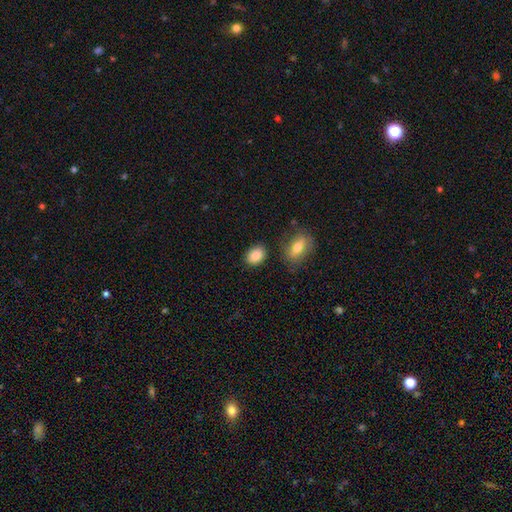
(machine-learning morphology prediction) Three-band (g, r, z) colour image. It shows a smooth galaxy with no disk features (86%) that is in between round and cigar-shaped (68%). Merging: none (83%).